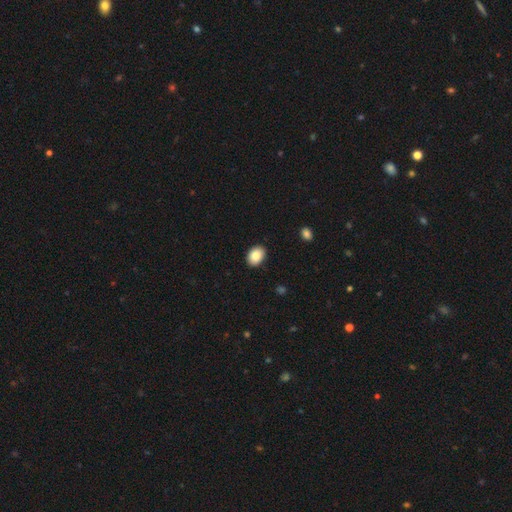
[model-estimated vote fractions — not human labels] Smooth or featured? Predicted: smooth (p=0.86). How rounded? Predicted: in between (p=0.78). Merging? Predicted: none (p=0.90).